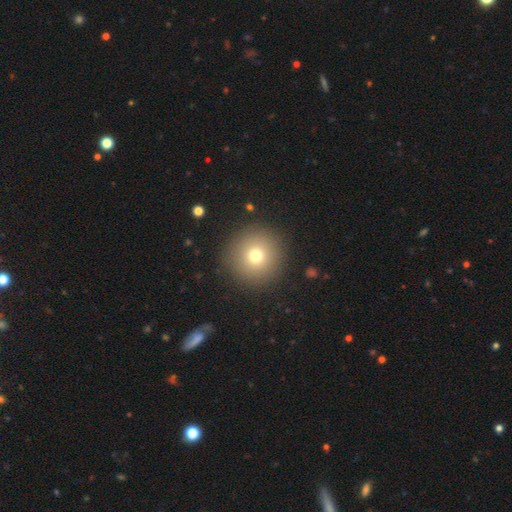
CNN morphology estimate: A smooth galaxy with no disk features (74%) that is round (96%). Merging: none (90%).